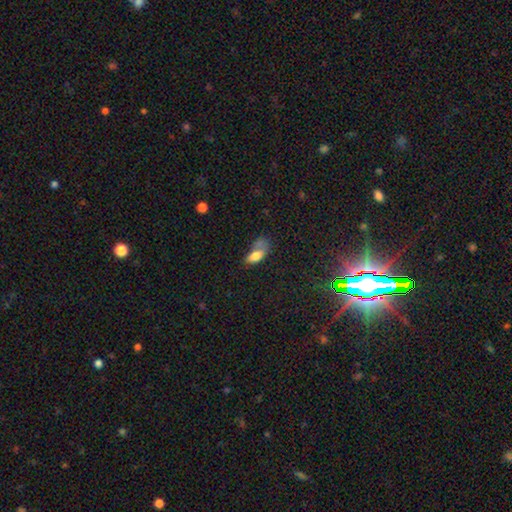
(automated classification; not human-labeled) This is likely a smooth galaxy (73%). How rounded: clearly in between (84%). Merging: marginally major disturbance (28%).